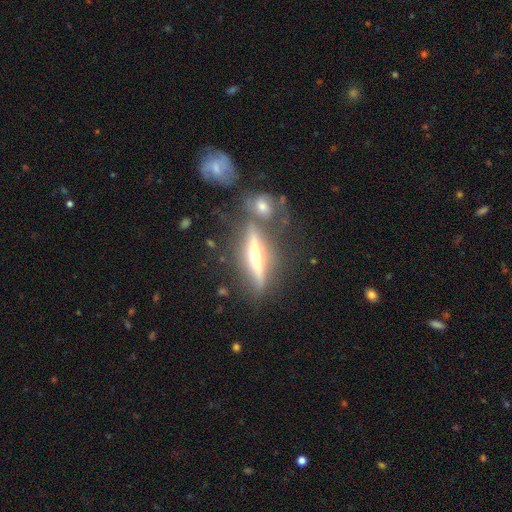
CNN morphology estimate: A featured or disk galaxy (75%) viewed edge-on (92%) with a rounded central bulge (84%). Merging: none (64%).